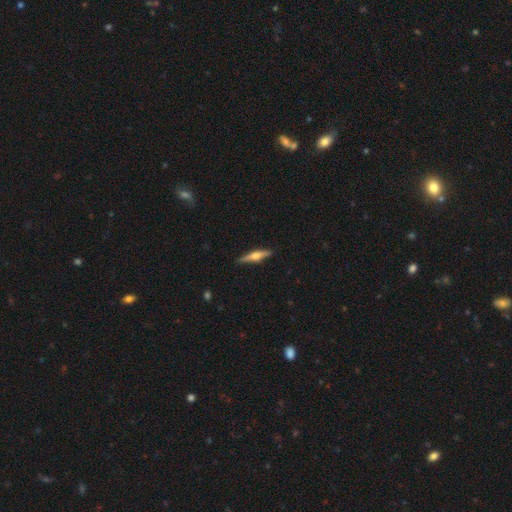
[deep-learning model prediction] Overall: featured or disk (65%; smooth 30%). Edge-on disk: yes (97%). Edge-on bulge: rounded (92%). Merging: none (89%).